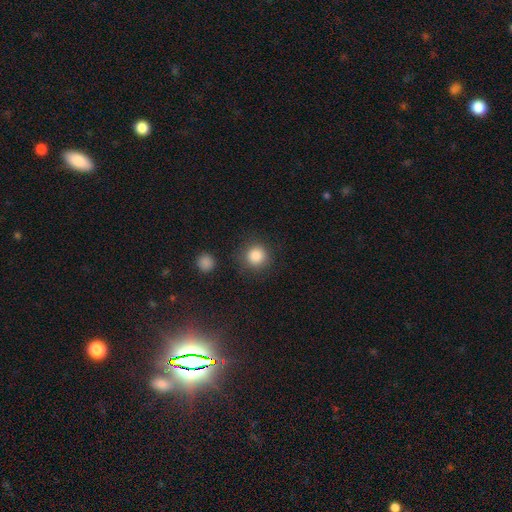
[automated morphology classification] The model was most divided on "merging": none: 82%, minor disturbance: 10%, major disturbance: 5%, merger: 3%. More confident: how rounded — round (92%); smooth or featured — smooth (86%).